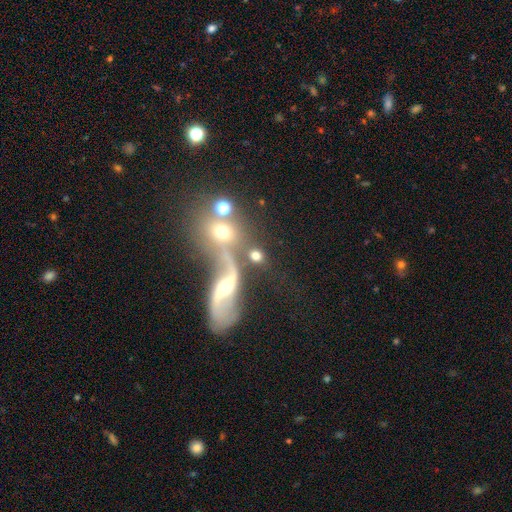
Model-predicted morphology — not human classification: A smooth galaxy with no disk features (60%) that is round (59%).

Vote fractions:
- Smooth or featured? smooth: 60% / featured or disk: 28% / star or artifact: 12%
- How rounded? round: 59% / in between: 35% / cigar-shaped: 6%
- Merging? none: 47% / merger: 32% / minor disturbance: 11% / major disturbance: 9%